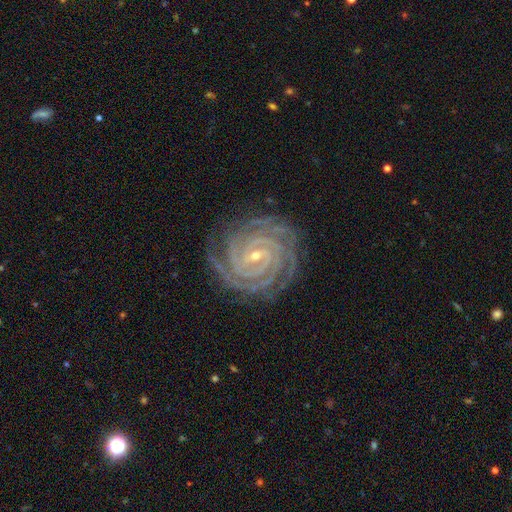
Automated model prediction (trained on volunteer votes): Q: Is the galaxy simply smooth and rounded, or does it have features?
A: featured or disk — 93%.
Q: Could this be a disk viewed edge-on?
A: no — 98%.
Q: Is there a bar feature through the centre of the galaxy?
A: weak — 42%.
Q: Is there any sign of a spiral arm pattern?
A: yes — 99%.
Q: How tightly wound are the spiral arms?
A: tight — 89%.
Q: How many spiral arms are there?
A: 4 — 32%.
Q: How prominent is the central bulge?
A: small — 78%.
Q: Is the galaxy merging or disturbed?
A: none — 84%.